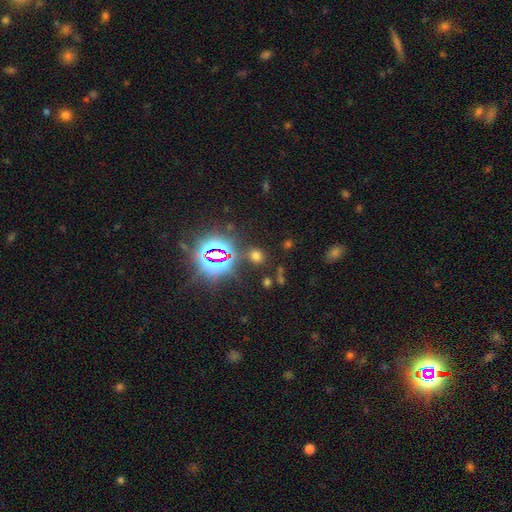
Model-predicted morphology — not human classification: A smooth galaxy with no disk features (54%) that is round (67%). Merging: none (79%).